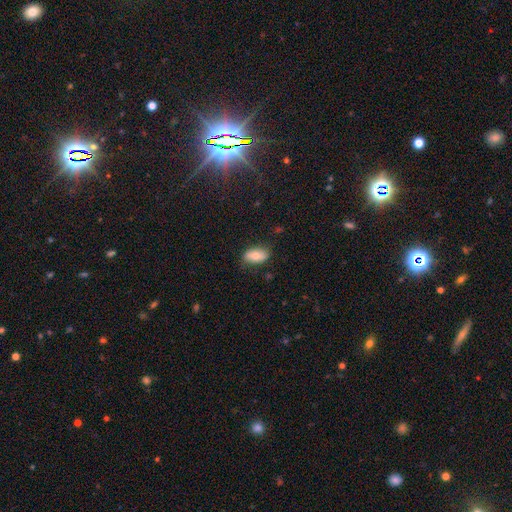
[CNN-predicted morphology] smooth 73%, featured or disk 20%, star or artifact 7%. Down the decision tree: how rounded — in between (91%); merging — none (78%).